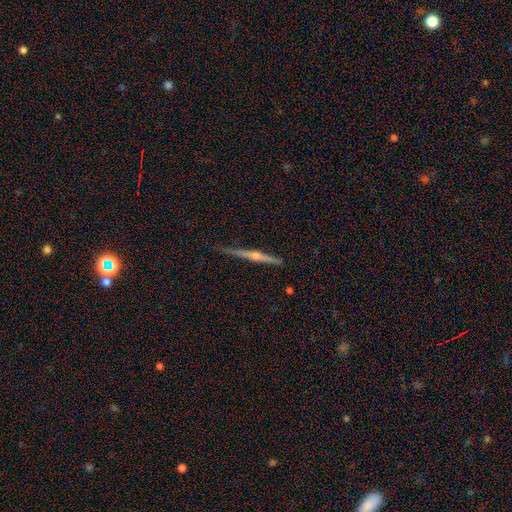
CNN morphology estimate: Smooth or featured?
  - featured or disk: 70% *
  - smooth: 19%
  - star or artifact: 12%
Edge-on disk?
  - yes: 97% *
  - no: 3%
Edge-on bulge?
  - rounded: 69% *
  - none: 22%
  - boxy: 9%
Merging?
  - none: 88% *
  - minor disturbance: 8%
  - major disturbance: 2%
  - merger: 2%